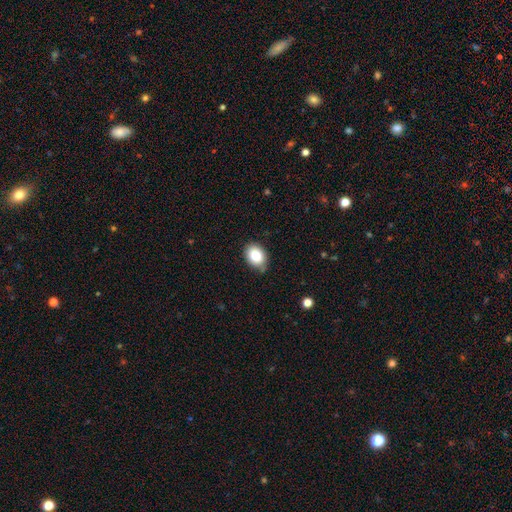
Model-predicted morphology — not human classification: A smooth galaxy with no disk features (81%) that is in between round and cigar-shaped (64%). Merging: none (78%).